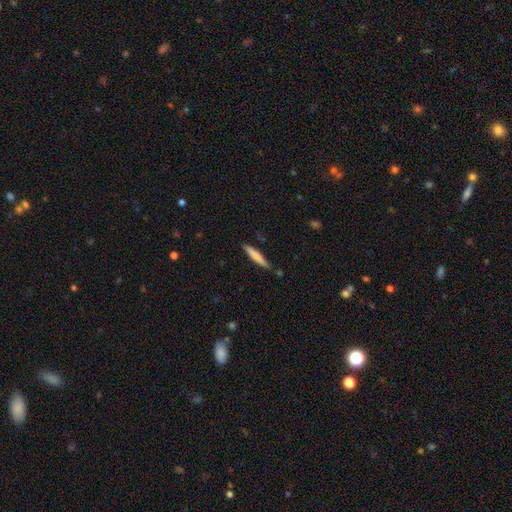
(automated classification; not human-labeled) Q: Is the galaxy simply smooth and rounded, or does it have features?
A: smooth — 72%.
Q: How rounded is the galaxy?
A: cigar-shaped — 93%.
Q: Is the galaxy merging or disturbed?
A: none — 83%.